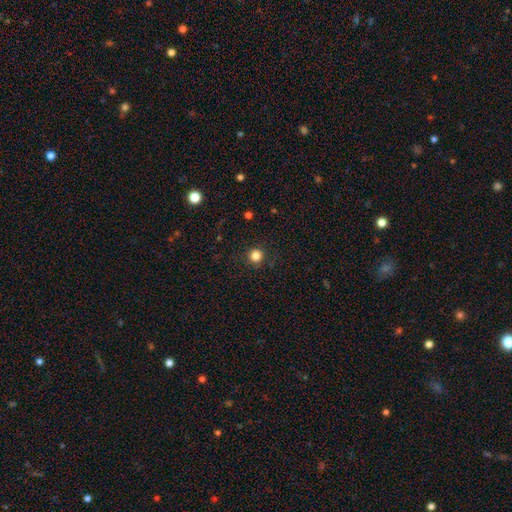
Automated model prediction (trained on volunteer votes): This is clearly a smooth galaxy (84%). How rounded: clearly round (95%). Merging: clearly none (91%).